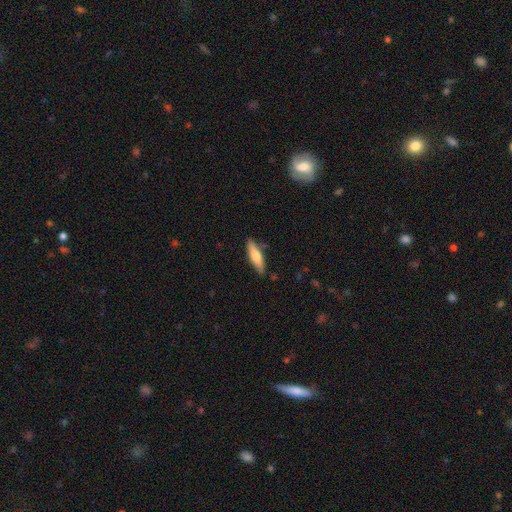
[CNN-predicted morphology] Q: Smooth or featured?
A: smooth (64%); runner-up: featured or disk (30%)
Q: How rounded?
A: cigar-shaped (67%); runner-up: in between (31%)
Q: Merging?
A: none (83%); runner-up: minor disturbance (12%)